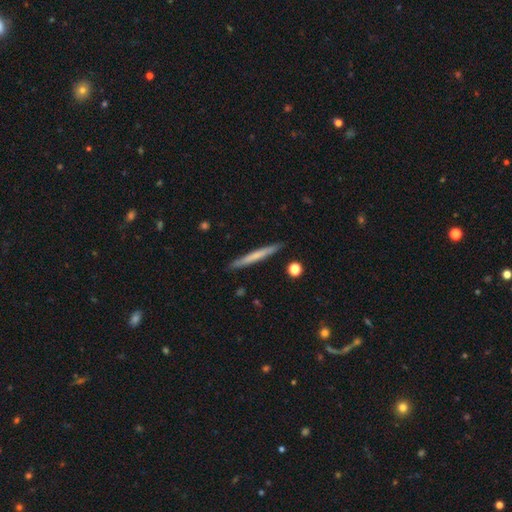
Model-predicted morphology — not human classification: smooth_or_featured: smooth (p=0.57) [alt: featured or disk p=0.37]
how_rounded: cigar-shaped (p=0.97) [alt: in between p=0.02]
merging: none (p=0.90) [alt: minor disturbance p=0.07]